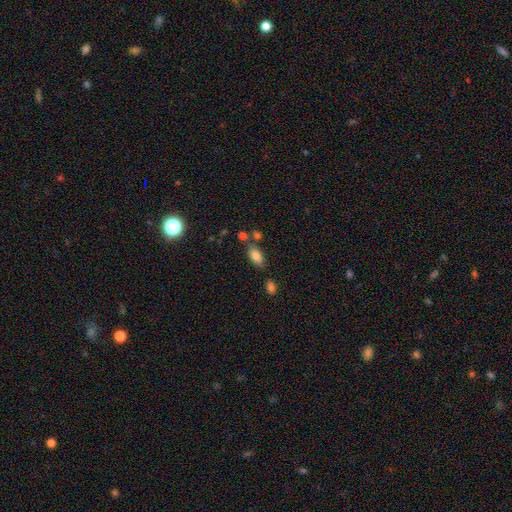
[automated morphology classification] Smooth or featured?
  - smooth: 82% *
  - star or artifact: 9%
  - featured or disk: 8%
How rounded?
  - in between: 91% *
  - round: 5%
  - cigar-shaped: 3%
Merging?
  - none: 66% *
  - minor disturbance: 15%
  - merger: 14%
  - major disturbance: 5%